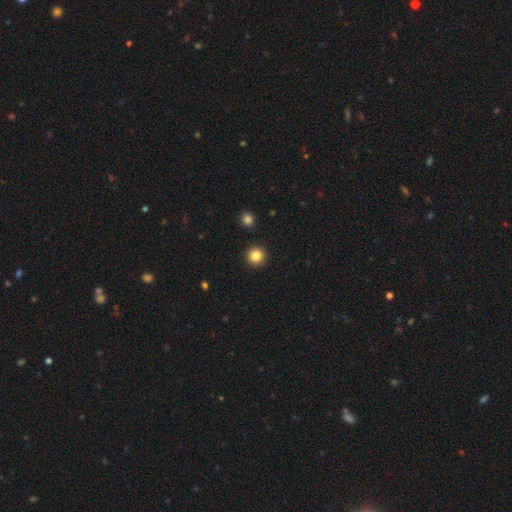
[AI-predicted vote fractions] Morphology: type=smooth (84%); roundness=round (95%); merging=none (93%).